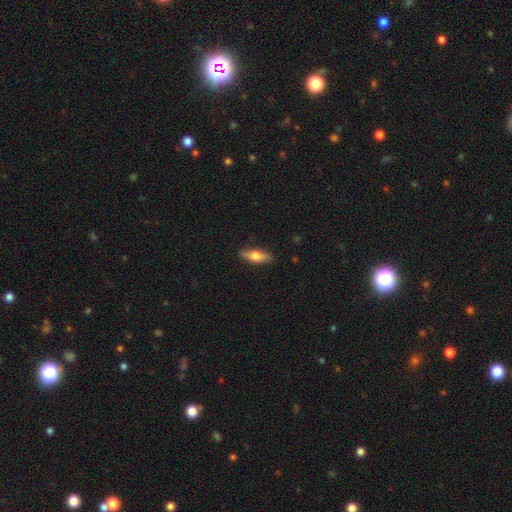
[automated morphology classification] A smooth galaxy with no disk features (63%) that is in between round and cigar-shaped (58%).

Vote fractions:
- Smooth or featured? smooth: 63% / featured or disk: 30% / star or artifact: 6%
- How rounded? in between: 58% / cigar-shaped: 39% / round: 3%
- Merging? none: 88% / minor disturbance: 9% / major disturbance: 2% / merger: 1%